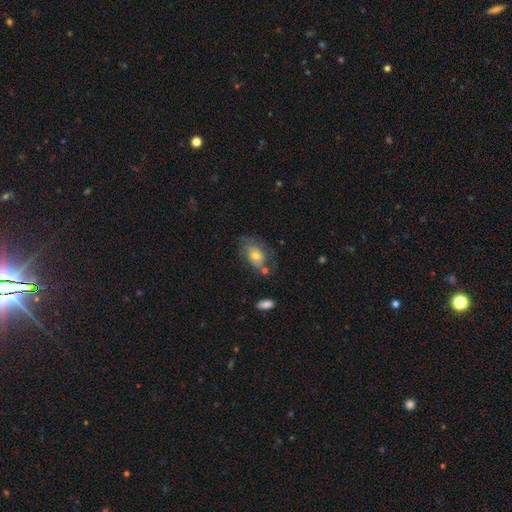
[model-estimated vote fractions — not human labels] Q: Smooth or featured?
A: smooth (54%); runner-up: featured or disk (37%)
Q: How rounded?
A: in between (80%); runner-up: round (19%)
Q: Merging?
A: none (52%); runner-up: minor disturbance (26%)